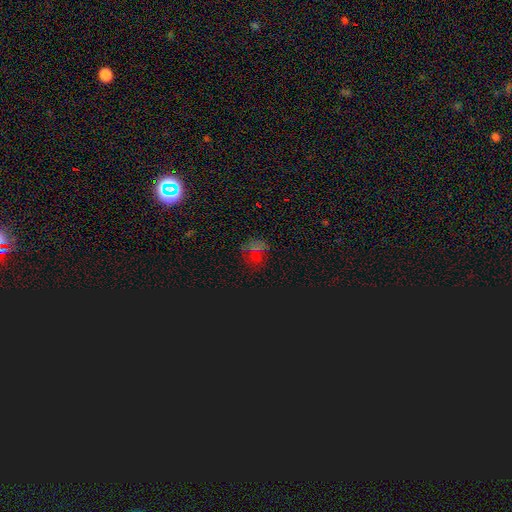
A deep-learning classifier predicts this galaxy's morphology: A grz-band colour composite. It shows a star or artifact, not a galaxy (56%).